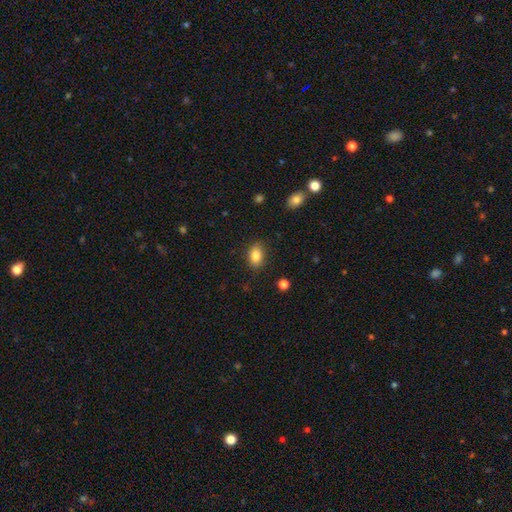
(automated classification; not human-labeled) Q: Smooth or featured?
A: smooth (85%); runner-up: star or artifact (9%)
Q: How rounded?
A: in between (81%); runner-up: round (17%)
Q: Merging?
A: none (83%); runner-up: minor disturbance (13%)